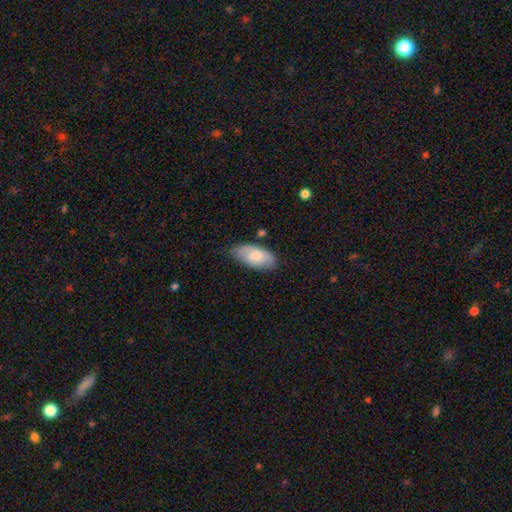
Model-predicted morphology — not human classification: smooth 74%, featured or disk 20%, star or artifact 6%. Down the decision tree: how rounded — in between (93%); merging — none (70%).